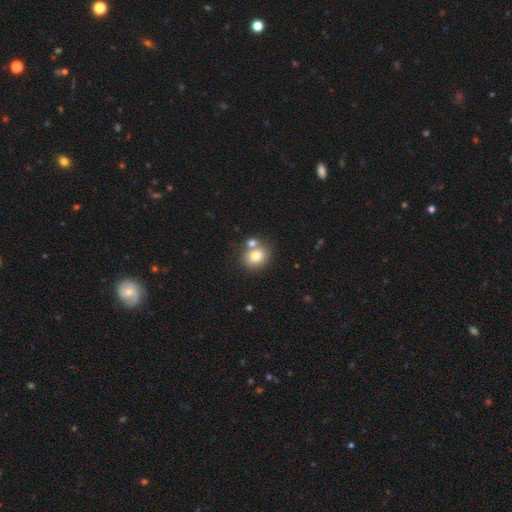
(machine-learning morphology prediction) Overall: smooth (78%). How rounded: round (68%; in between 31%). Merging: none (58%; merger 29%).